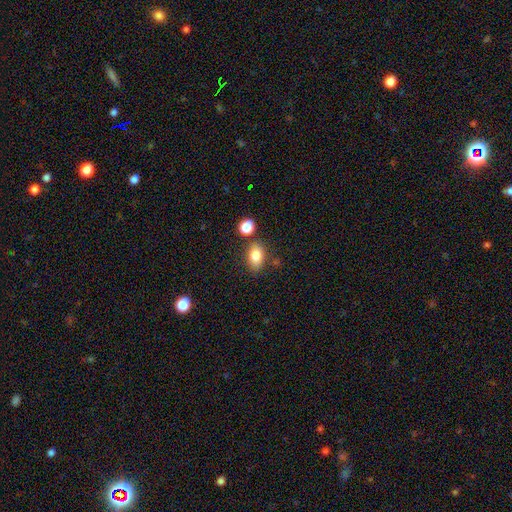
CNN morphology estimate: smooth 83%, star or artifact 9%, featured or disk 9%. Down the decision tree: how rounded — in between (83%); merging — none (74%).